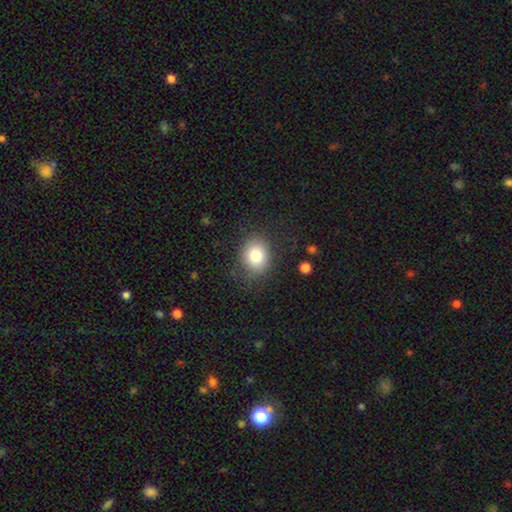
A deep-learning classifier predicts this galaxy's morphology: A smooth galaxy with no disk features (80%) that is round (56%).

Vote fractions:
- Smooth or featured? smooth: 80% / star or artifact: 10% / featured or disk: 10%
- How rounded? round: 56% / in between: 44% / cigar-shaped: 1%
- Merging? none: 82% / minor disturbance: 12% / major disturbance: 5% / merger: 1%